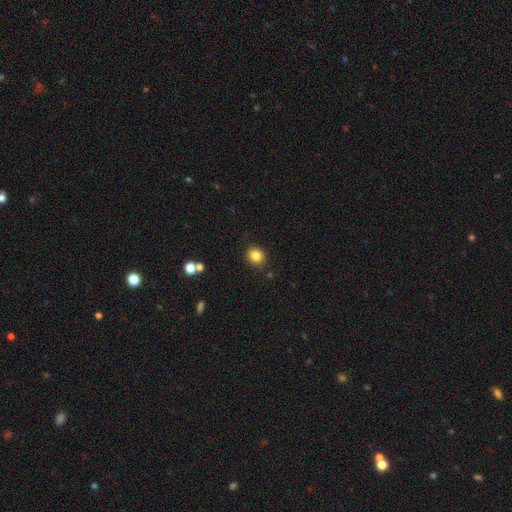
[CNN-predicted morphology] Smooth or featured? Predicted: smooth (p=0.84). How rounded? Predicted: round (p=0.76). Merging? Predicted: none (p=0.87).